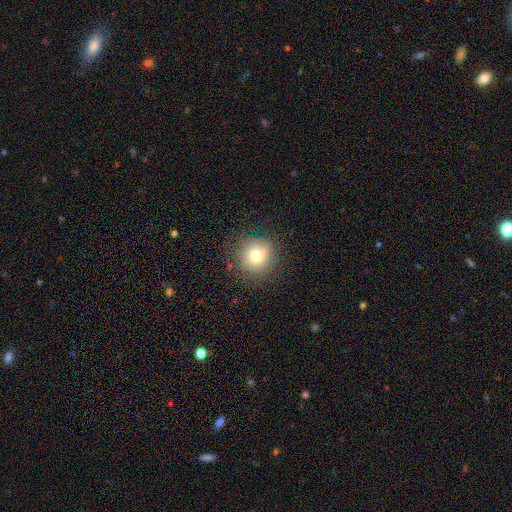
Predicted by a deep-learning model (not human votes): This is likely a smooth galaxy (73%). How rounded: clearly round (92%). Merging: clearly none (82%).